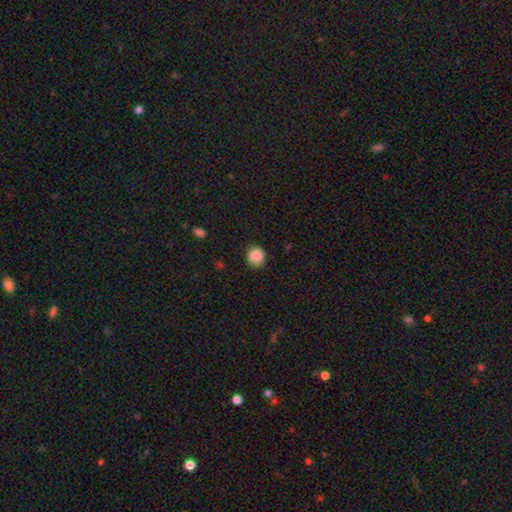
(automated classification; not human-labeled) A smooth galaxy with no disk features (88%) that is round (91%). Merging: none (85%).